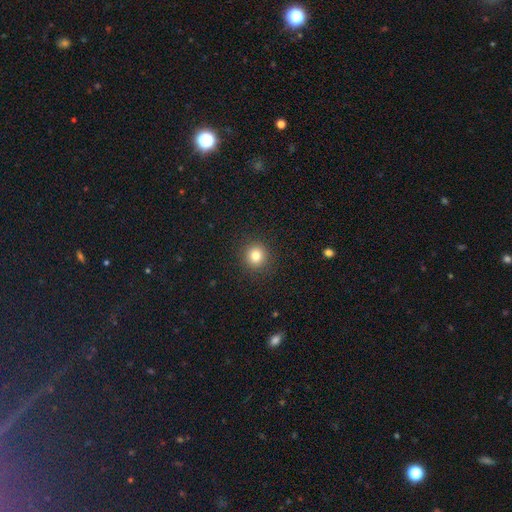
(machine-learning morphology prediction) This is clearly a smooth galaxy (81%). How rounded: clearly round (91%). Merging: clearly none (91%).